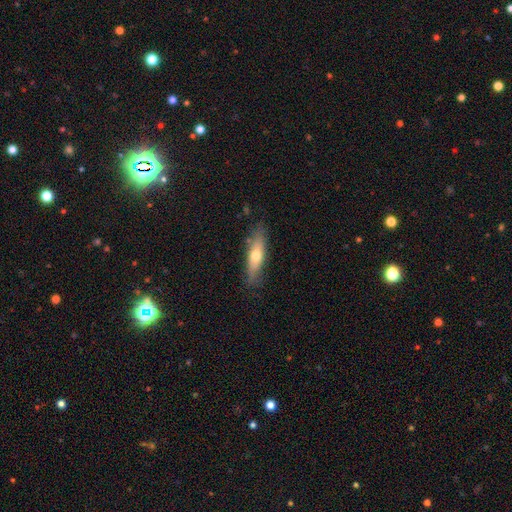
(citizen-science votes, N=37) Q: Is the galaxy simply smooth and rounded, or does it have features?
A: smooth — 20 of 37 (54%).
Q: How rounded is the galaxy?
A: cigar-shaped — 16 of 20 (80%).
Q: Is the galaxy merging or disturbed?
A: none — 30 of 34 (88%).